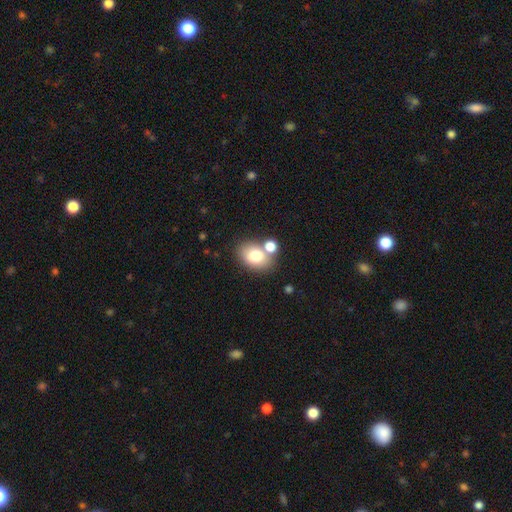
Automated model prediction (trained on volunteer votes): Morphology: type=smooth (77%); roundness=in between (70%); merging=none (62%).